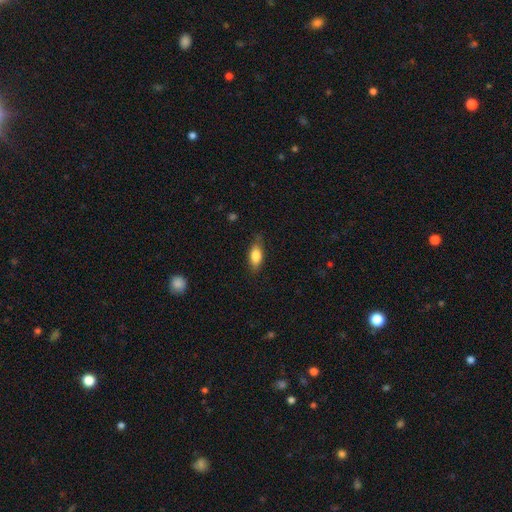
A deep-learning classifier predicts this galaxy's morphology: smooth-or-featured: smooth: 82% | featured or disk: 11% | star or artifact: 7%
  how-rounded: in between: 84% | cigar-shaped: 11% | round: 5%
  merging: none: 76% | minor disturbance: 19% | major disturbance: 4% | merger: 1%